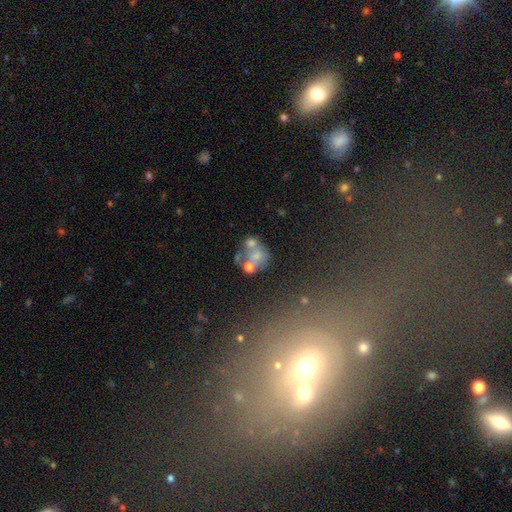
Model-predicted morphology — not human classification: Smooth or featured? smooth (47%)
Merging? merger (46%)